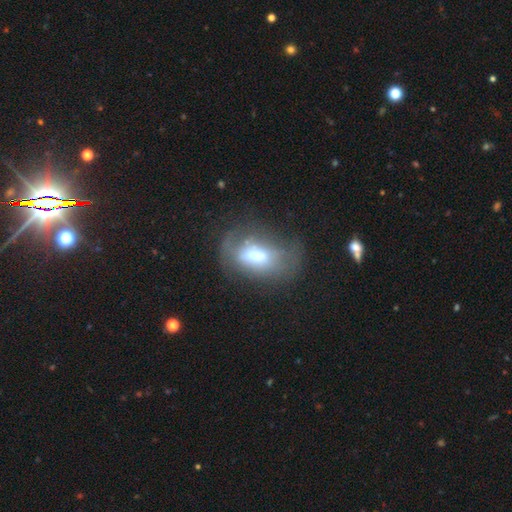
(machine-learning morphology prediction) Overall: smooth (50%; featured or disk 38%). Merging: none (44%; minor disturbance 26%).